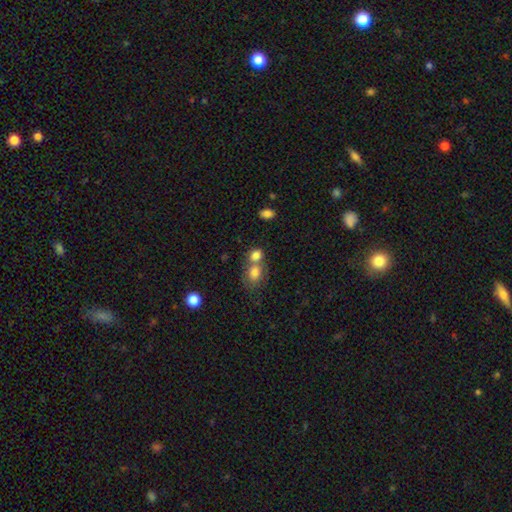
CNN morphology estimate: Smooth or featured? Predicted: smooth (p=0.80). How rounded? Predicted: round (p=0.55). Merging? Predicted: merger (p=0.54).